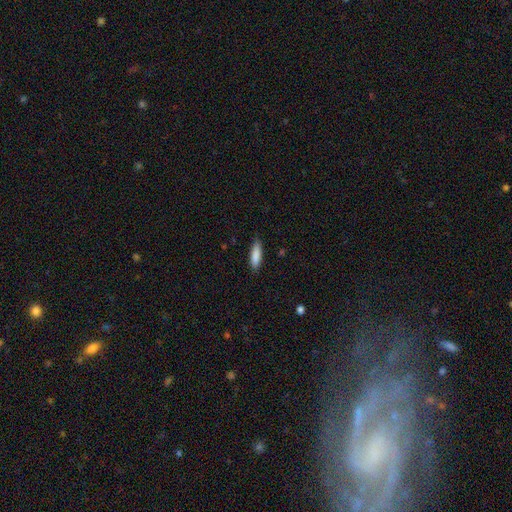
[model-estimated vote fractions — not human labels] smooth-or-featured: smooth: 87% | featured or disk: 7% | star or artifact: 6%
  how-rounded: cigar-shaped: 58% | in between: 41% | round: 1%
  merging: none: 84% | minor disturbance: 13% | major disturbance: 2% | merger: 1%